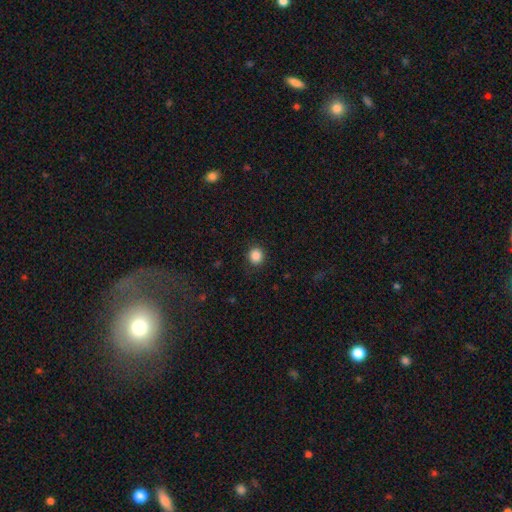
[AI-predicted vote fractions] Morphology: type=smooth (87%); roundness=round (86%); merging=none (89%).